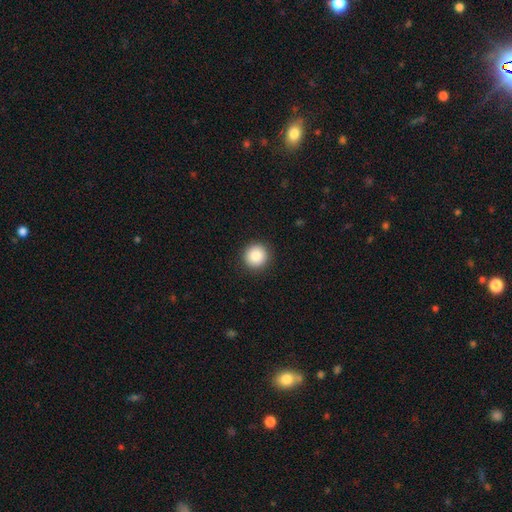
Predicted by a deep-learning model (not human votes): This is clearly a smooth galaxy (86%). How rounded: clearly round (94%). Merging: clearly none (92%).